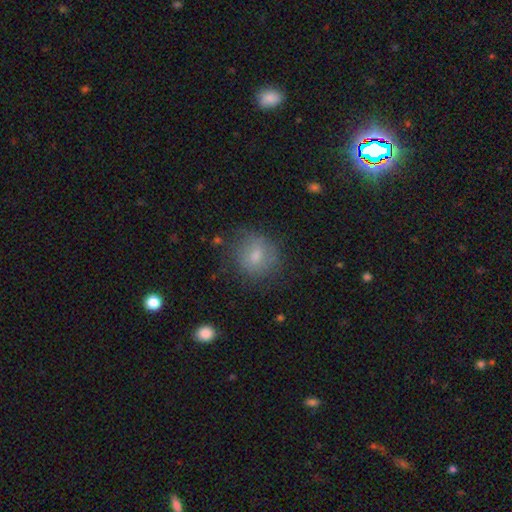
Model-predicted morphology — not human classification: Smooth or featured?
  - smooth: 73% *
  - featured or disk: 17%
  - star or artifact: 9%
How rounded?
  - round: 80% *
  - in between: 19%
  - cigar-shaped: 1%
Merging?
  - none: 73% *
  - minor disturbance: 18%
  - major disturbance: 7%
  - merger: 2%